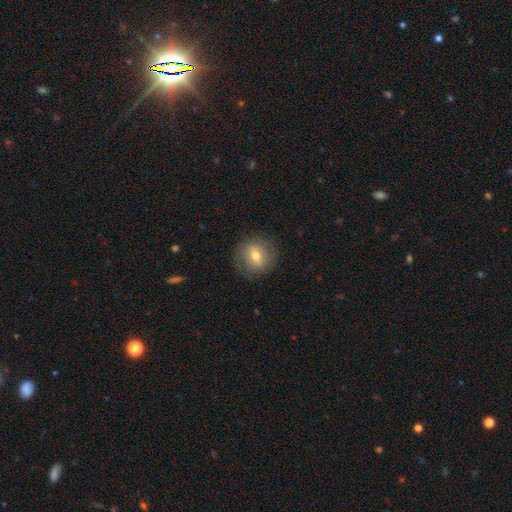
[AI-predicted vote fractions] Smooth or featured? Predicted: smooth (p=0.62). How rounded? Predicted: round (p=0.84). Merging? Predicted: none (p=0.84).